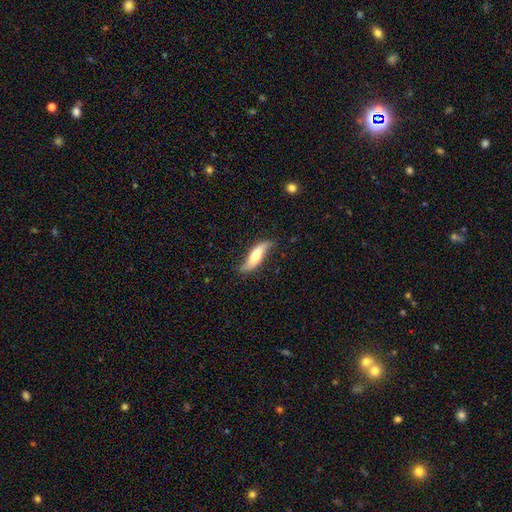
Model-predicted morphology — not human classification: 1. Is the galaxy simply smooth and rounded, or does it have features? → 52% featured or disk, 42% smooth, 6% star or artifact.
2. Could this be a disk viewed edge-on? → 60% no, 40% yes.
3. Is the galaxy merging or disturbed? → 69% none, 24% minor disturbance, 6% major disturbance, 2% merger.